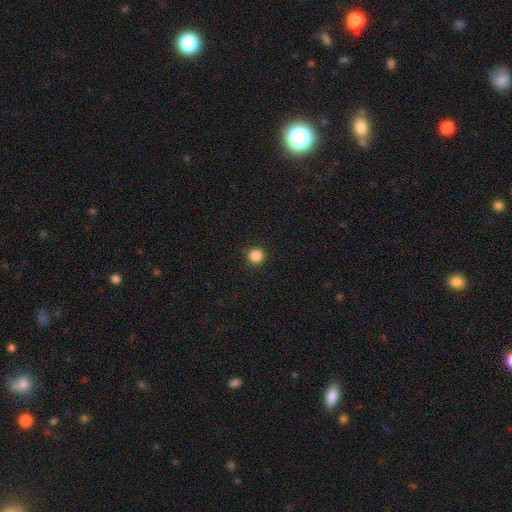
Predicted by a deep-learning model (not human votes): This is clearly a smooth galaxy (86%). How rounded: clearly round (95%). Merging: clearly none (92%).